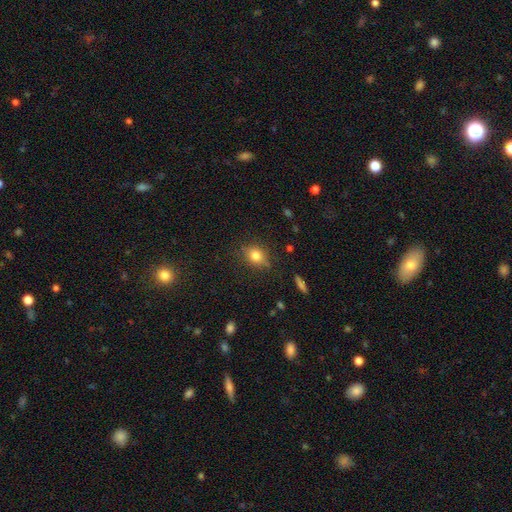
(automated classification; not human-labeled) Smooth or featured? Predicted: smooth (p=0.79). How rounded? Predicted: round (p=0.53). Merging? Predicted: none (p=0.78).